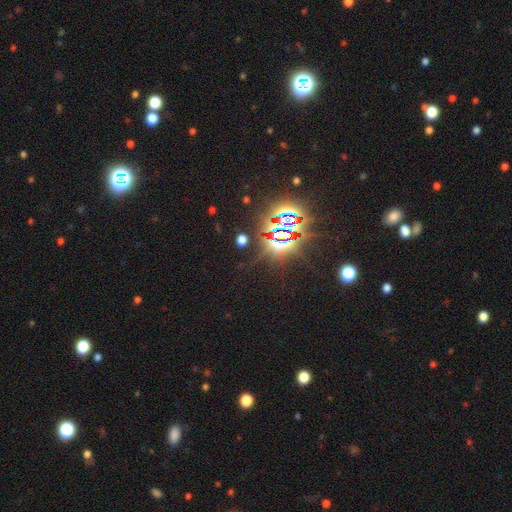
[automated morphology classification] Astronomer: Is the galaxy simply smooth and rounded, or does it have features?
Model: star or artifact — 82%.